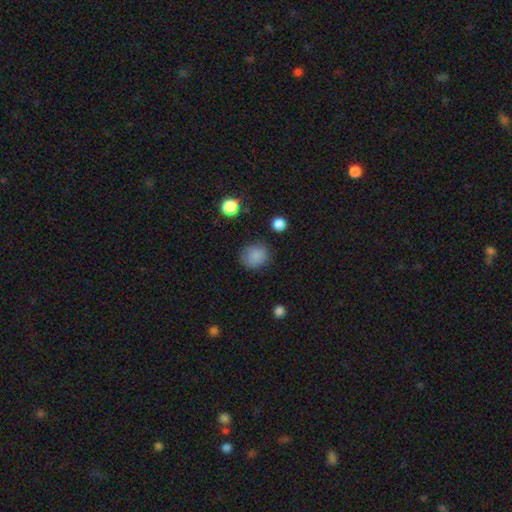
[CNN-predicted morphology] Overall: smooth (83%). How rounded: round (78%). Merging: none (79%).